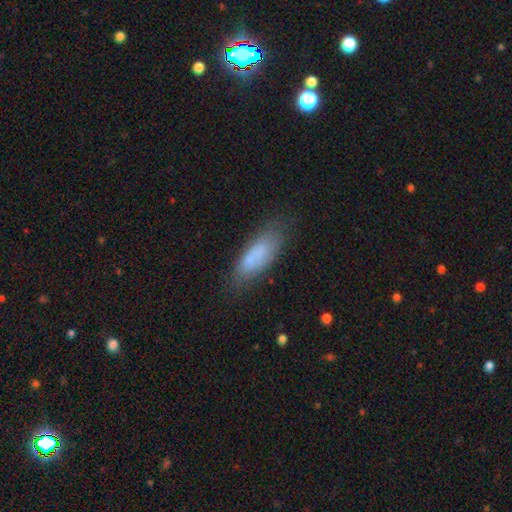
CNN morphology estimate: smooth_or_featured: smooth (p=0.73) [alt: featured or disk p=0.19]
how_rounded: in between (p=0.65) [alt: cigar-shaped p=0.33]
merging: none (p=0.67) [alt: minor disturbance p=0.21]